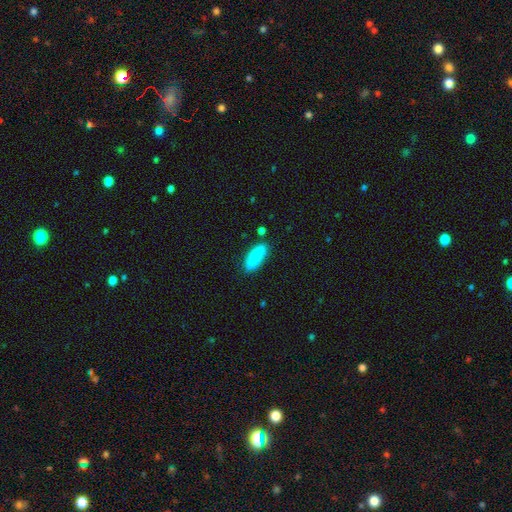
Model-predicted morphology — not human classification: Overall: smooth (83%). How rounded: in between (68%; cigar-shaped 30%). Merging: none (71%).